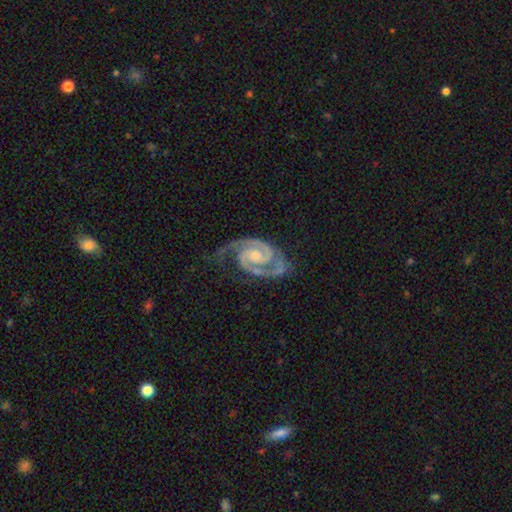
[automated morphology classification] Q: Smooth or featured?
A: featured or disk (94%); runner-up: star or artifact (4%)
Q: Edge-on disk?
A: no (98%); runner-up: yes (2%)
Q: Bar?
A: no (55%); runner-up: weak (34%)
Q: Spiral arms?
A: yes (99%); runner-up: no (1%)
Q: Spiral winding?
A: tight (53%); runner-up: medium (41%)
Q: Spiral arm count?
A: 2 (93%); runner-up: 3 (2%)
Q: Bulge size?
A: moderate (41%); runner-up: small (36%)
Q: Merging?
A: none (70%); runner-up: minor disturbance (20%)